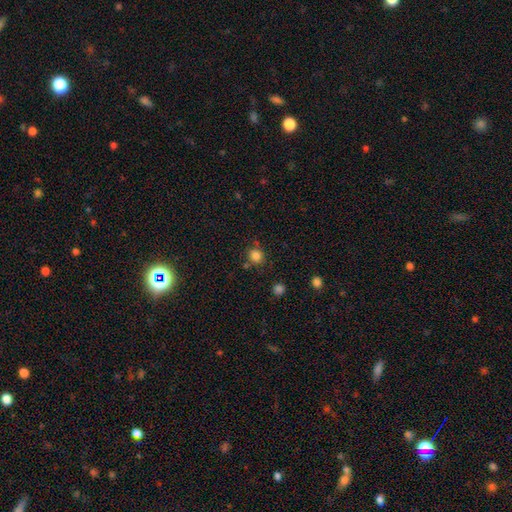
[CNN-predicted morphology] type=smooth (83%); roundness=round (87%); merging=none (77%).